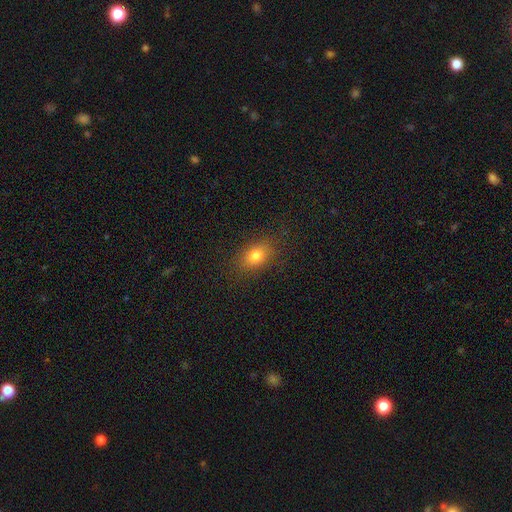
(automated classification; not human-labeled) Q: Smooth or featured?
A: smooth (79%); runner-up: star or artifact (12%)
Q: How rounded?
A: in between (73%); runner-up: round (24%)
Q: Merging?
A: none (85%); runner-up: minor disturbance (10%)